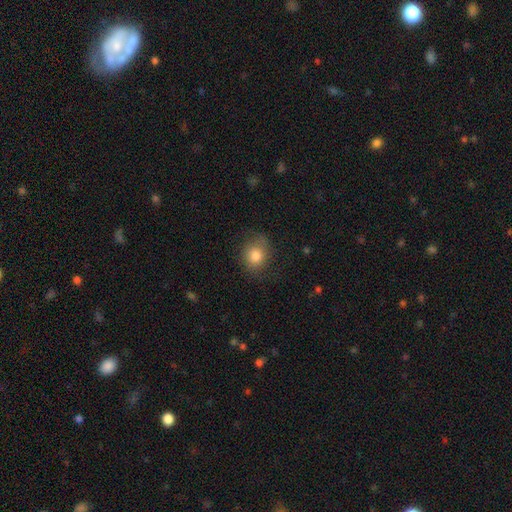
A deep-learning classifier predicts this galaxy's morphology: A smooth galaxy with no disk features (81%) that is round (65%).

Vote fractions:
- Smooth or featured? smooth: 81% / star or artifact: 10% / featured or disk: 10%
- How rounded? round: 65% / in between: 34% / cigar-shaped: 1%
- Merging? none: 74% / minor disturbance: 19% / major disturbance: 6% / merger: 1%